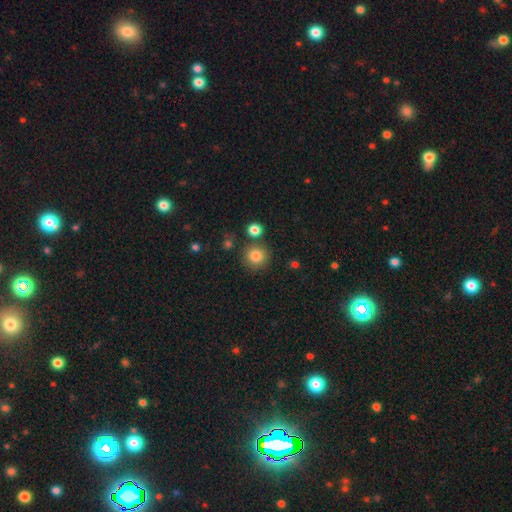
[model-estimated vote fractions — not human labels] The model was most divided on "smooth or featured": smooth: 82%, star or artifact: 12%, featured or disk: 6%. More confident: how rounded — round (93%); merging — none (80%).